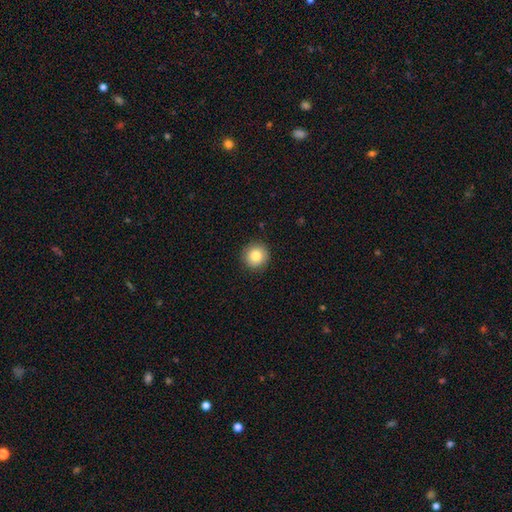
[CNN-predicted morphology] A smooth galaxy with no disk features (83%) that is round (94%).

Vote fractions:
- Smooth or featured? smooth: 83% / star or artifact: 9% / featured or disk: 8%
- How rounded? round: 94% / in between: 5% / cigar-shaped: 1%
- Merging? none: 90% / minor disturbance: 7% / major disturbance: 2% / merger: 1%